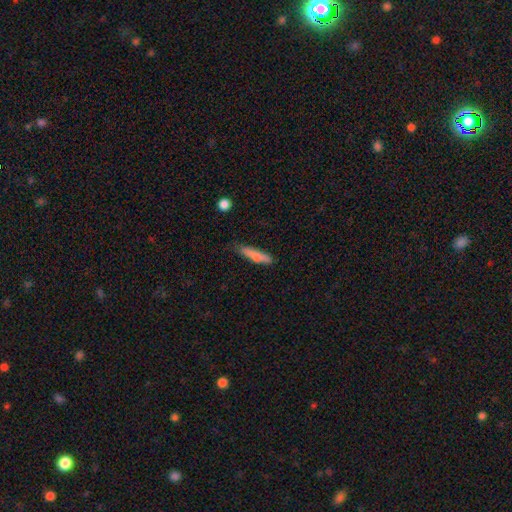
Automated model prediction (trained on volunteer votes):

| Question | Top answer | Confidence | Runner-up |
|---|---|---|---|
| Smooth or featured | smooth | 79% | featured or disk (15%) |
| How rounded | cigar-shaped | 86% | in between (12%) |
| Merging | none | 72% | minor disturbance (22%) |